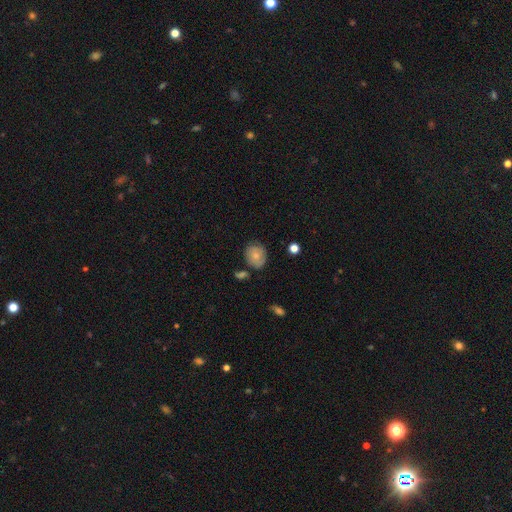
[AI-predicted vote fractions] Overall: smooth (69%). How rounded: round (66%; in between 33%). Merging: none (69%).